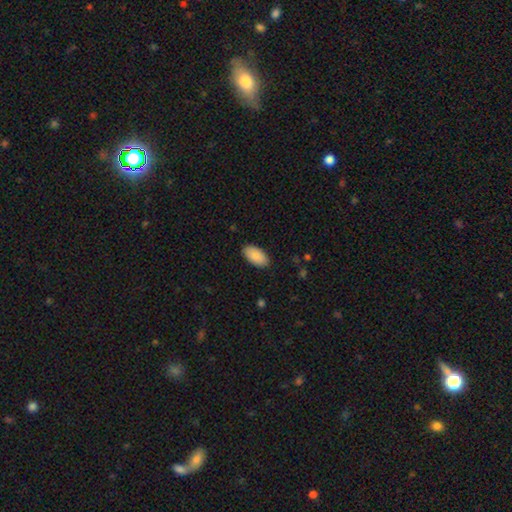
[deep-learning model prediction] A smooth galaxy with no disk features (89%) that is in between round and cigar-shaped (96%). Merging: none (88%).